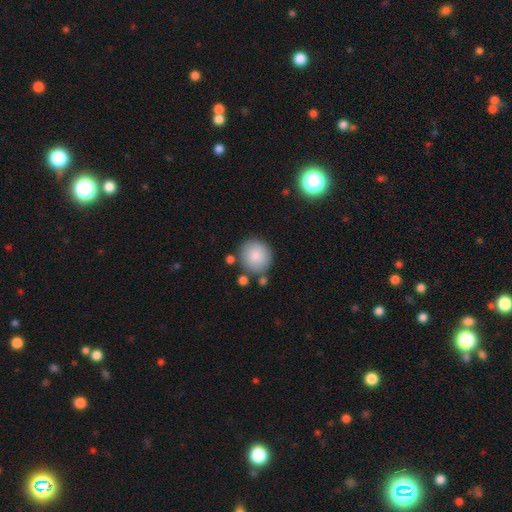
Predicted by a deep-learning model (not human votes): The model was most divided on "merging": none: 80%, minor disturbance: 11%, merger: 6%, major disturbance: 3%. More confident: how rounded — round (92%); smooth or featured — smooth (85%).